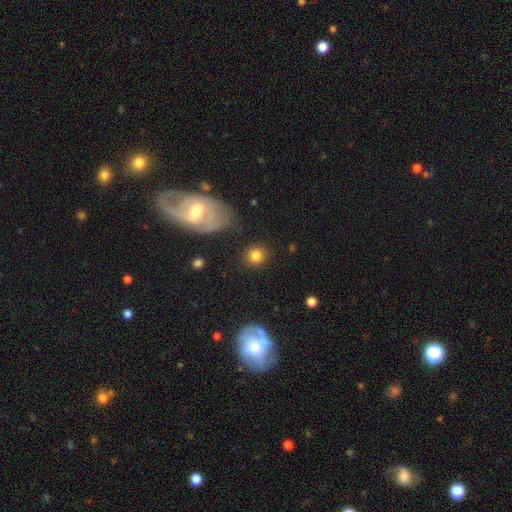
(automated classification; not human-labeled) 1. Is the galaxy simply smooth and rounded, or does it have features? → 82% smooth, 10% star or artifact, 8% featured or disk.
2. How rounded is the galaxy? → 87% round, 12% in between, 1% cigar-shaped.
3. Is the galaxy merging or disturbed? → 84% none, 9% minor disturbance, 4% major disturbance, 3% merger.